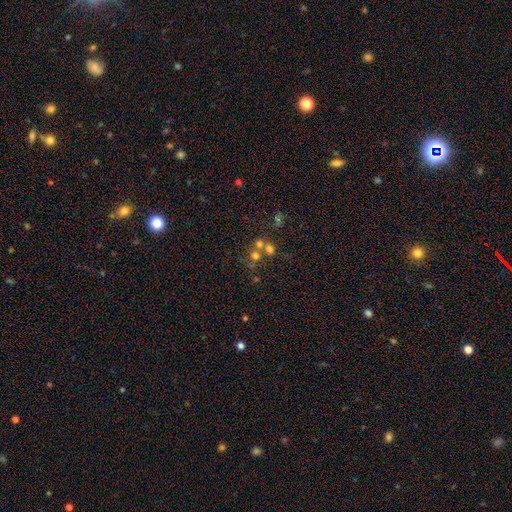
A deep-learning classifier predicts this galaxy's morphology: Smooth or featured? Predicted: smooth (p=0.55). How rounded? Predicted: round (p=0.84). Merging? Predicted: merger (p=0.46).